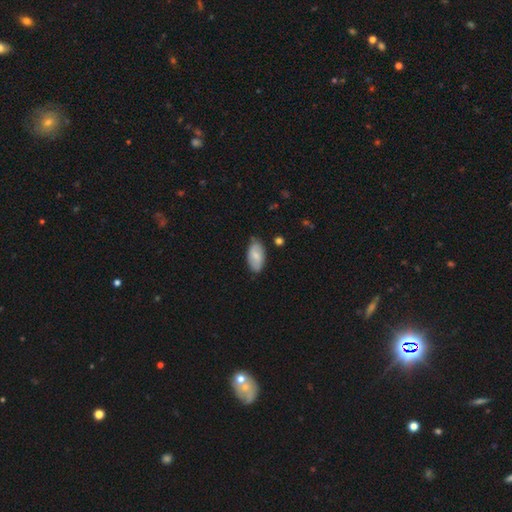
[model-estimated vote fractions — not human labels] A smooth galaxy with no disk features (72%) that is in between round and cigar-shaped (95%).

Vote fractions:
- Smooth or featured? smooth: 72% / featured or disk: 22% / star or artifact: 6%
- How rounded? in between: 95% / cigar-shaped: 3% / round: 3%
- Merging? none: 75% / minor disturbance: 20% / major disturbance: 3% / merger: 2%